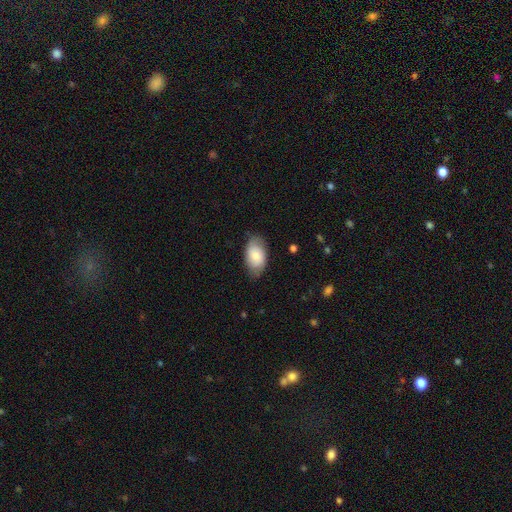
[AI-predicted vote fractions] The model was most divided on "merging": none: 75%, minor disturbance: 20%, major disturbance: 4%, merger: 1%. More confident: how rounded — in between (93%); smooth or featured — smooth (74%).